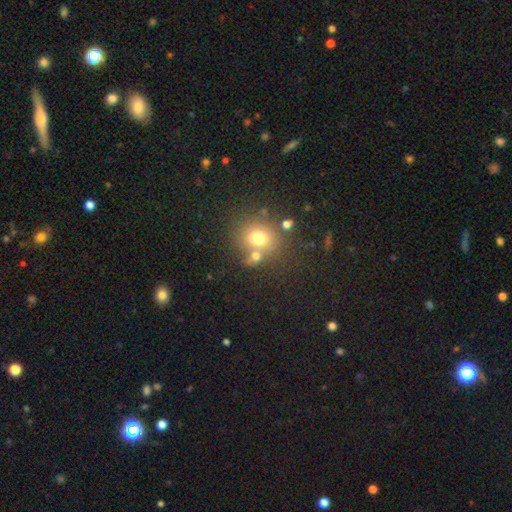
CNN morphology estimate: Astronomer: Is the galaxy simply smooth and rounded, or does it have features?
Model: smooth — 70%.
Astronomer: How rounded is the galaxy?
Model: round — 73%.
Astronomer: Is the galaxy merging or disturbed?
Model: none — 55%.